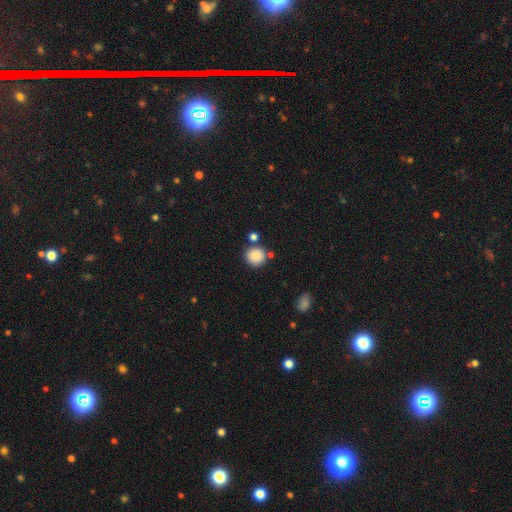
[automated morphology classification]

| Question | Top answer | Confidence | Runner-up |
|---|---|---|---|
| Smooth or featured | smooth | 87% | star or artifact (9%) |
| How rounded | round | 89% | in between (10%) |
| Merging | none | 73% | merger (13%) |